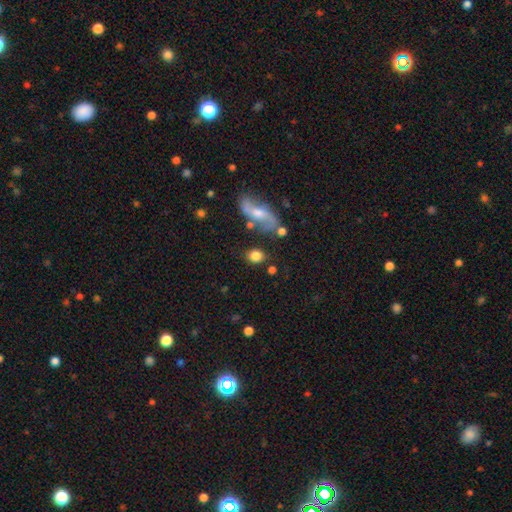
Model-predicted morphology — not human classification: type=smooth (77%); roundness=round (53%); merging=none (72%).